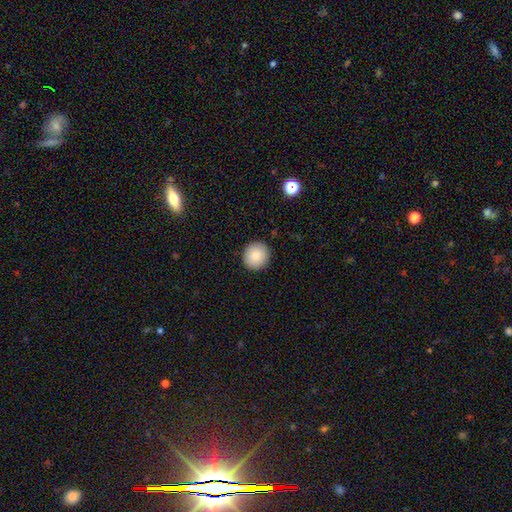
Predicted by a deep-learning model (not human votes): Morphology: type=smooth (86%); roundness=round (92%); merging=none (92%).